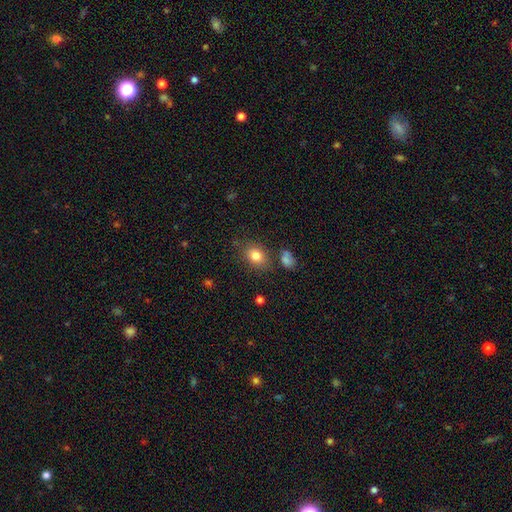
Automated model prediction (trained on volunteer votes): Smooth or featured? Predicted: smooth (p=0.81). How rounded? Predicted: in between (p=0.63). Merging? Predicted: none (p=0.77).